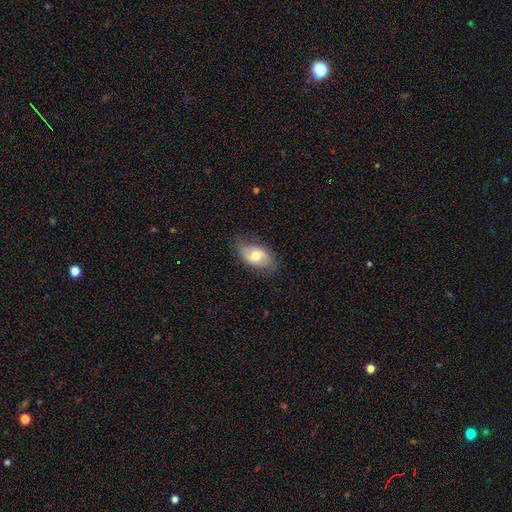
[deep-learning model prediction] A smooth galaxy with no disk features (52%) that is in between round and cigar-shaped (90%).

Vote fractions:
- Smooth or featured? smooth: 52% / featured or disk: 41% / star or artifact: 7%
- How rounded? in between: 90% / round: 9% / cigar-shaped: 2%
- Merging? none: 71% / minor disturbance: 21% / major disturbance: 6% / merger: 1%